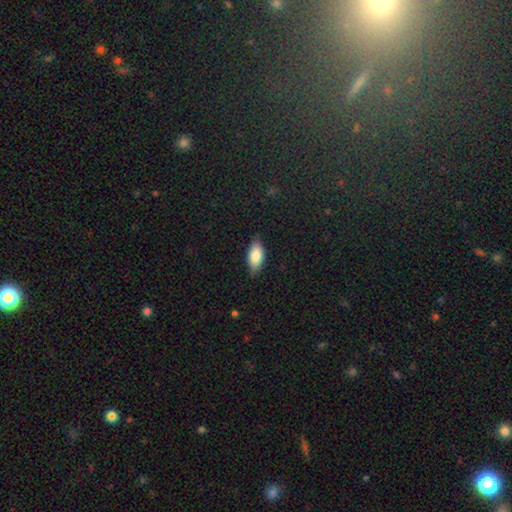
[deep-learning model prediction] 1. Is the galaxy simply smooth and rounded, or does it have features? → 84% smooth, 10% featured or disk, 6% star or artifact.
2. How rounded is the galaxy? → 89% in between, 9% cigar-shaped, 2% round.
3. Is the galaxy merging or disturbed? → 82% none, 14% minor disturbance, 3% major disturbance, 1% merger.